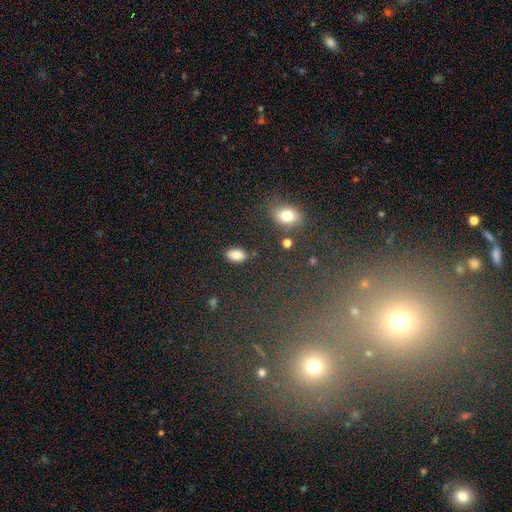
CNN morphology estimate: star or artifact 49%, smooth 40%, featured or disk 11%.